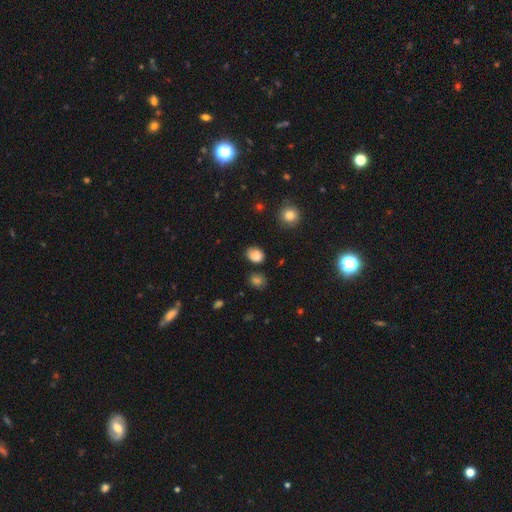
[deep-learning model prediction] A smooth galaxy with no disk features (84%) that is in between round and cigar-shaped (55%).

Vote fractions:
- Smooth or featured? smooth: 84% / star or artifact: 10% / featured or disk: 5%
- How rounded? in between: 55% / round: 44% / cigar-shaped: 1%
- Merging? none: 74% / minor disturbance: 17% / major disturbance: 4% / merger: 4%